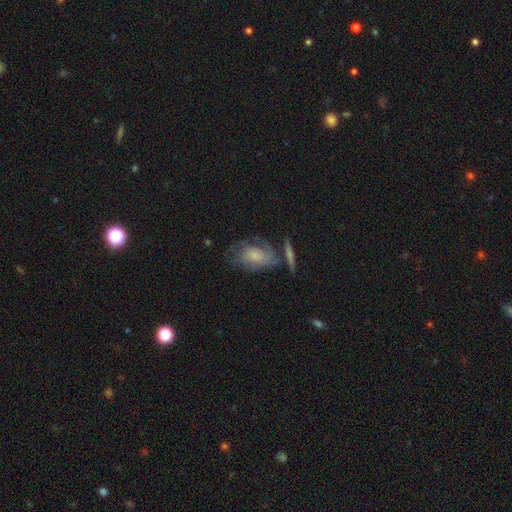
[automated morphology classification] featured or disk 58%, smooth 34%, star or artifact 8%. Down the decision tree: edge-on disk — no (93%); bar — no (75%); spiral arms — yes (79%); bulge size — small (44%); merging — none (46%).